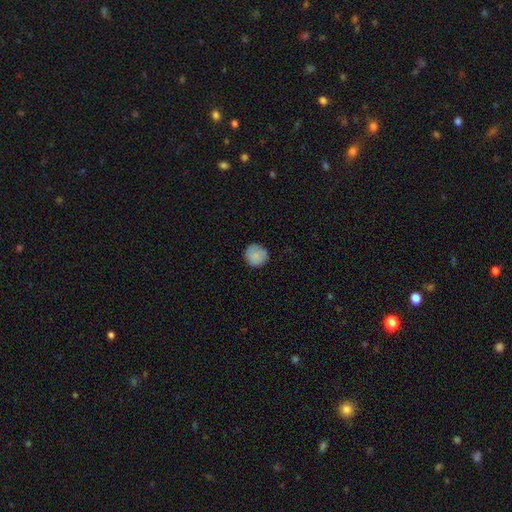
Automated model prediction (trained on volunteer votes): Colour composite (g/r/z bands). It shows a smooth galaxy with no disk features (84%) that is round (93%). Merging: none (82%).